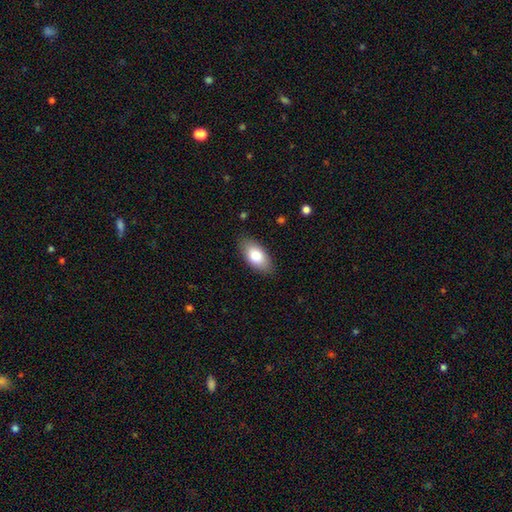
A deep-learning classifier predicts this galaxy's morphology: Q: Smooth or featured?
A: smooth (80%); runner-up: featured or disk (14%)
Q: How rounded?
A: in between (93%); runner-up: cigar-shaped (4%)
Q: Merging?
A: none (85%); runner-up: minor disturbance (11%)